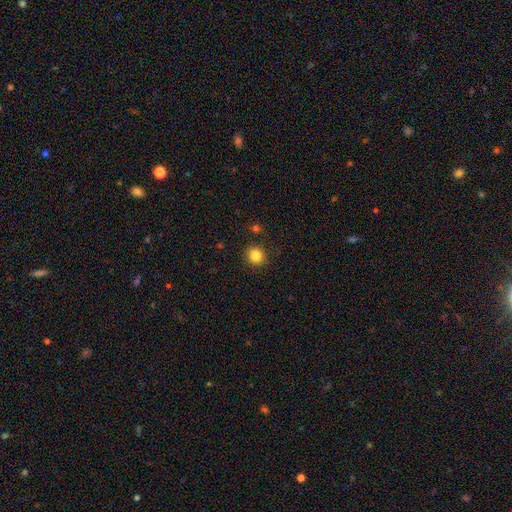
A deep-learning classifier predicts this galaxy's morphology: A smooth galaxy with no disk features (84%) that is round (88%).

Vote fractions:
- Smooth or featured? smooth: 84% / star or artifact: 11% / featured or disk: 5%
- How rounded? round: 88% / in between: 11% / cigar-shaped: 1%
- Merging? none: 89% / minor disturbance: 7% / major disturbance: 2% / merger: 2%